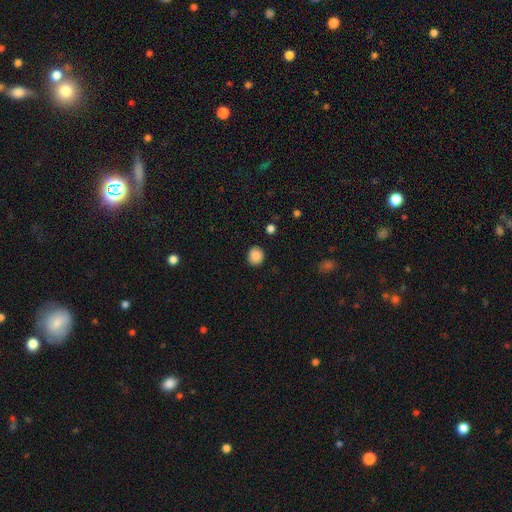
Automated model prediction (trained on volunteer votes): This is clearly a smooth galaxy (88%). How rounded: clearly round (81%). Merging: clearly none (89%).